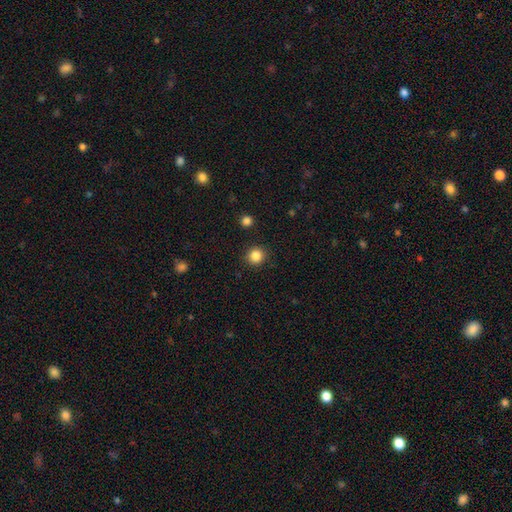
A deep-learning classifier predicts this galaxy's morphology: A smooth galaxy with no disk features (85%) that is round (93%).

Vote fractions:
- Smooth or featured? smooth: 85% / star or artifact: 11% / featured or disk: 4%
- How rounded? round: 93% / in between: 6% / cigar-shaped: 1%
- Merging? none: 91% / minor disturbance: 6% / major disturbance: 2% / merger: 1%